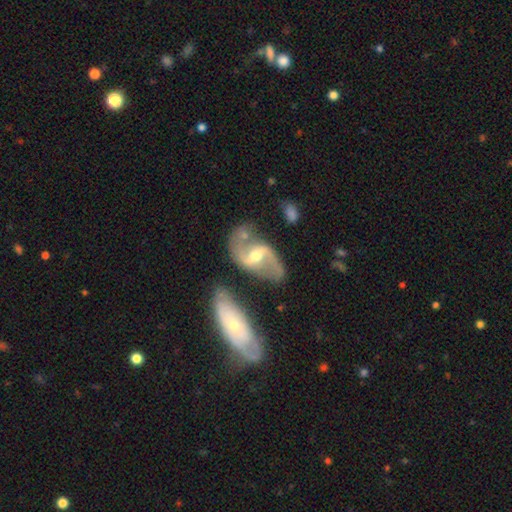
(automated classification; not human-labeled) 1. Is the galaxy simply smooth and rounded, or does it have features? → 88% featured or disk, 8% smooth, 5% star or artifact.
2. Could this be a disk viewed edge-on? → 96% no, 4% yes.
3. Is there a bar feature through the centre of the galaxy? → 46% weak, 38% strong, 16% no.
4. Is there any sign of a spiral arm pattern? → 94% yes, 6% no.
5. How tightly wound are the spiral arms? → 56% loose, 36% medium, 8% tight.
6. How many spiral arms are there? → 92% 2, 3% can't tell, 2% 1, 1% 3, 1% 4, 1% more than 4.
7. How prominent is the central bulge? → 65% moderate, 27% small, 6% large, 2% none, 1% dominant.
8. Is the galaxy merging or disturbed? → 59% none, 17% minor disturbance, 15% merger, 8% major disturbance.